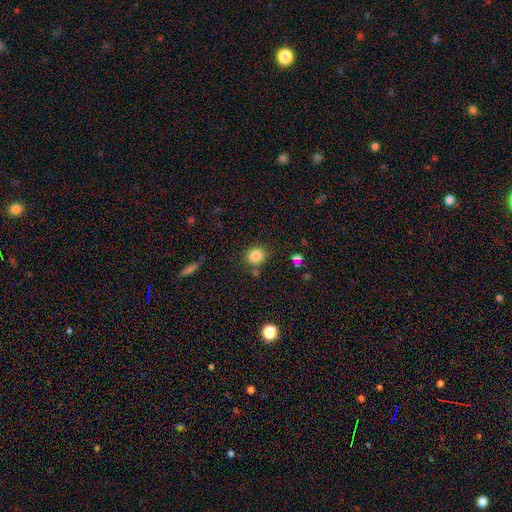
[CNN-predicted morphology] Smooth or featured: smooth — 84% (star or artifact — 11%)
How rounded: round — 80% (in between — 19%)
Merging: none — 80% (minor disturbance — 10%)